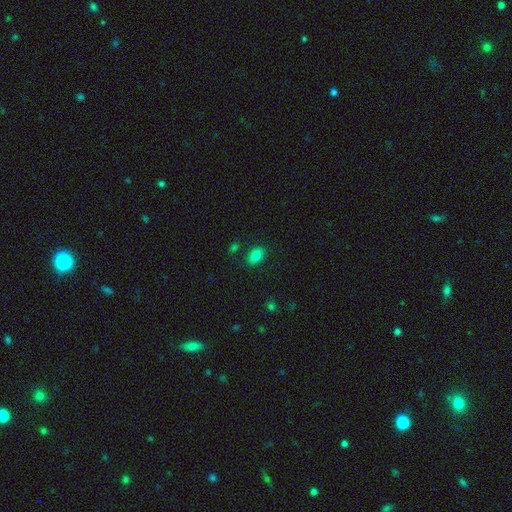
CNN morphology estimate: A smooth galaxy with no disk features (82%) that is in between round and cigar-shaped (78%). Merging: none (84%).